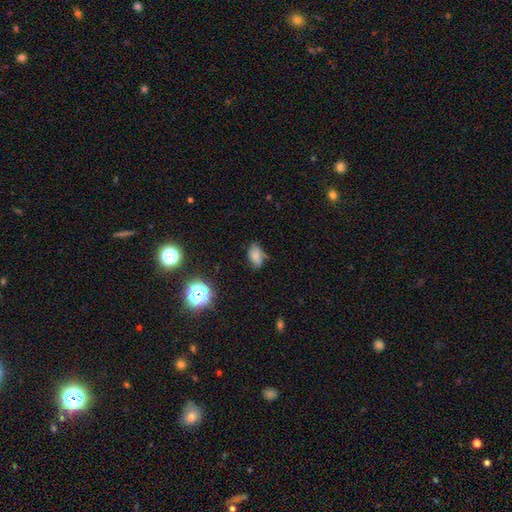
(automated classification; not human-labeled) Q: Smooth or featured?
A: smooth (71%); runner-up: star or artifact (16%)
Q: How rounded?
A: in between (84%); runner-up: round (14%)
Q: Merging?
A: none (51%); runner-up: minor disturbance (33%)